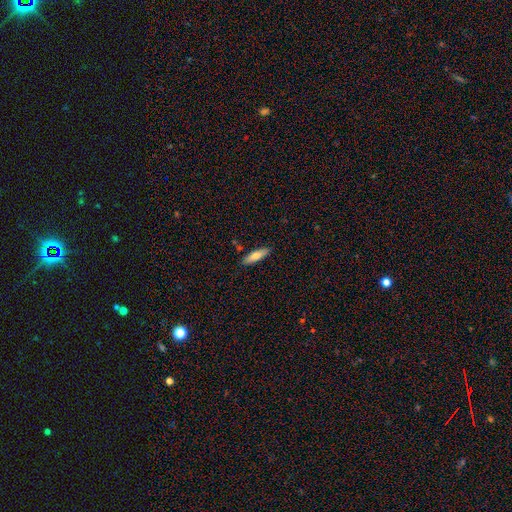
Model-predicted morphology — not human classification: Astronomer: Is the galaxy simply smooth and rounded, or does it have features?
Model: smooth — 71%.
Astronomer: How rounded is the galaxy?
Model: cigar-shaped — 65%.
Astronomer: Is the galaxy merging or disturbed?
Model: none — 85%.